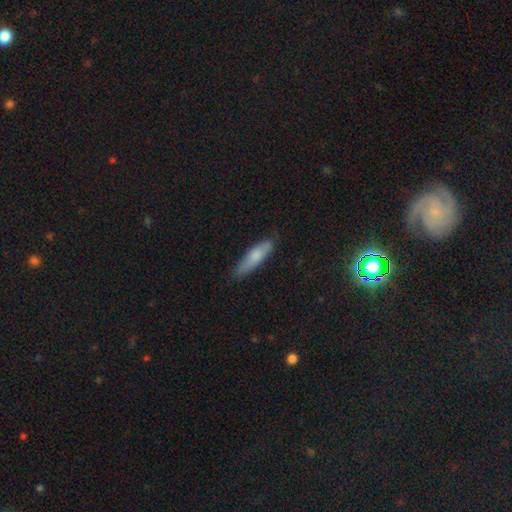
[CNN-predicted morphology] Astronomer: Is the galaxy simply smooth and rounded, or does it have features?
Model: smooth — 75%.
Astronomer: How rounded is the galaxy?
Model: cigar-shaped — 71%.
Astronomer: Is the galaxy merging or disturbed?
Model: none — 78%.